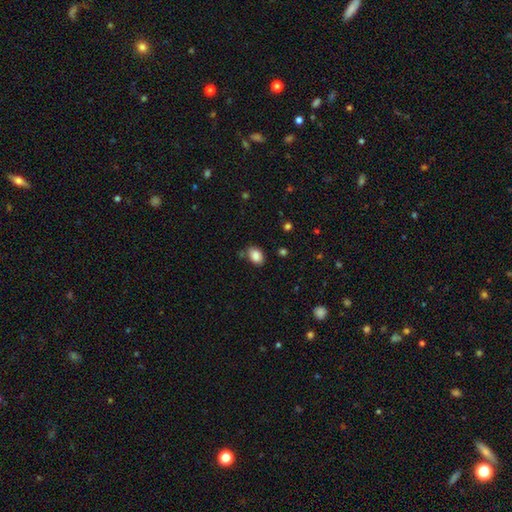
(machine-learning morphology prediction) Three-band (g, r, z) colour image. It shows a smooth galaxy with no disk features (87%) that is in between round and cigar-shaped (84%). Merging: none (73%).